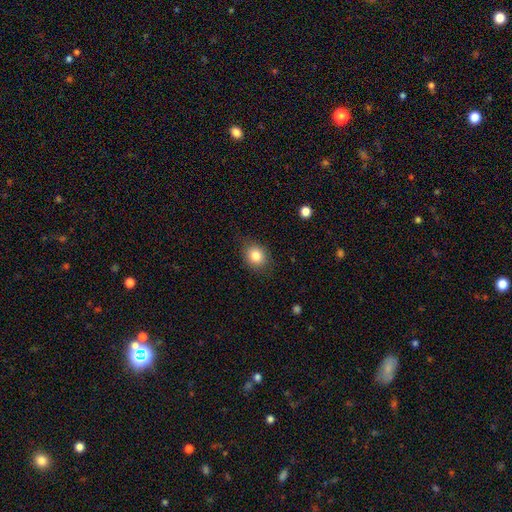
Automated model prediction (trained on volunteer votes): A smooth galaxy with no disk features (83%) that is round (57%).

Vote fractions:
- Smooth or featured? smooth: 83% / star or artifact: 10% / featured or disk: 7%
- How rounded? round: 57% / in between: 42% / cigar-shaped: 1%
- Merging? none: 81% / minor disturbance: 14% / major disturbance: 3% / merger: 1%